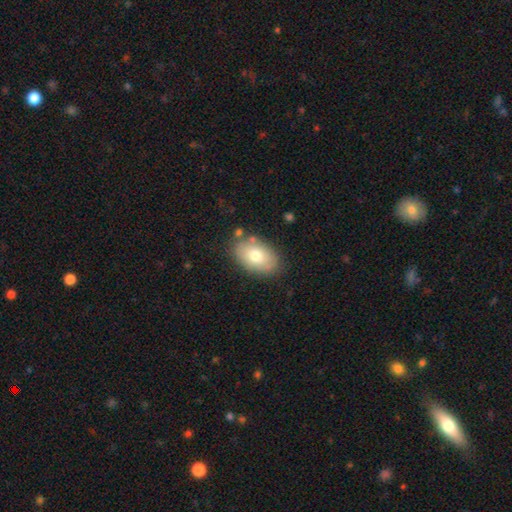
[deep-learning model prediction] This is likely a smooth galaxy (75%). How rounded: clearly in between (90%). Merging: clearly none (81%).